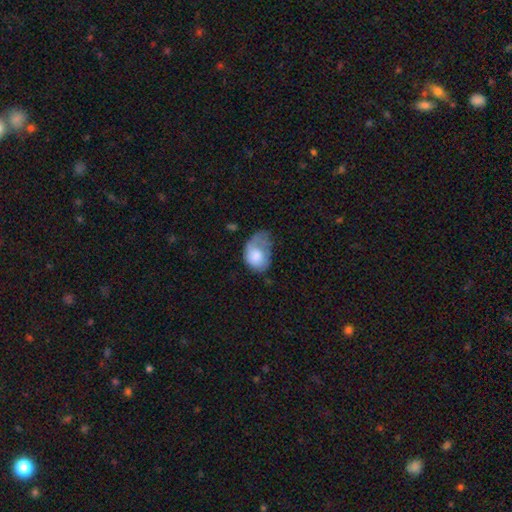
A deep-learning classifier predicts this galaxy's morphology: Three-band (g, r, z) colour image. It shows a smooth galaxy with no disk features (67%) that is in between round and cigar-shaped (78%). Merging: major disturbance (47%).